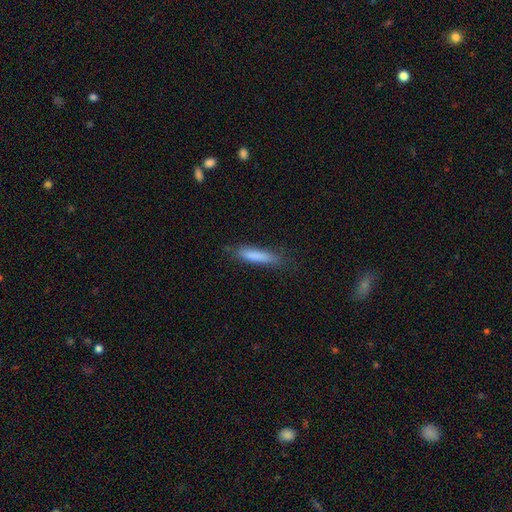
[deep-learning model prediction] A smooth galaxy with no disk features (81%) that is cigar-shaped (83%).

Vote fractions:
- Smooth or featured? smooth: 81% / featured or disk: 11% / star or artifact: 7%
- How rounded? cigar-shaped: 83% / in between: 15% / round: 1%
- Merging? none: 78% / minor disturbance: 17% / major disturbance: 4% / merger: 1%